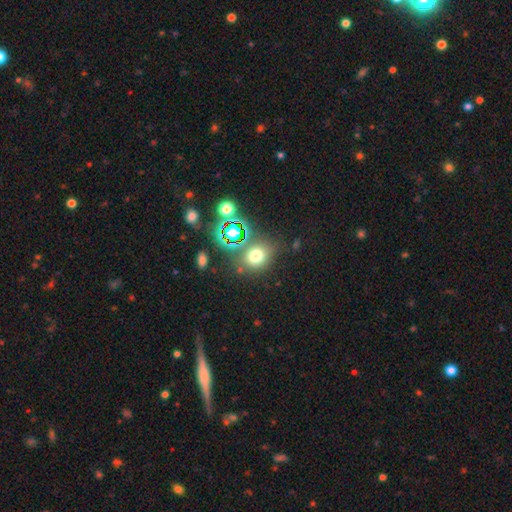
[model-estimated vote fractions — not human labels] The model was most divided on "how rounded": round: 67%, in between: 31%, cigar-shaped: 1%. More confident: merging — none (71%); smooth or featured — smooth (67%).